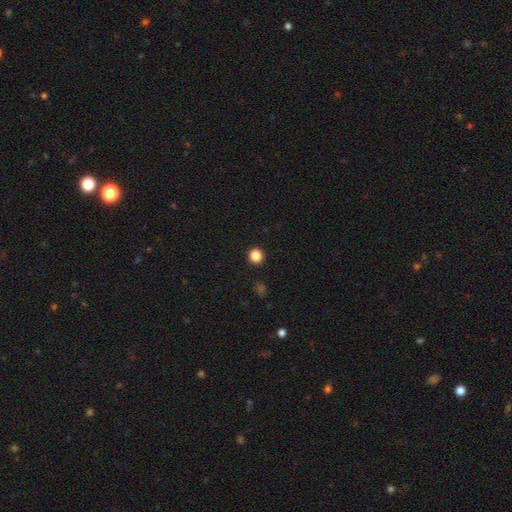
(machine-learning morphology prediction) Smooth or featured? smooth (86%)
How rounded? round (92%)
Merging? none (94%)